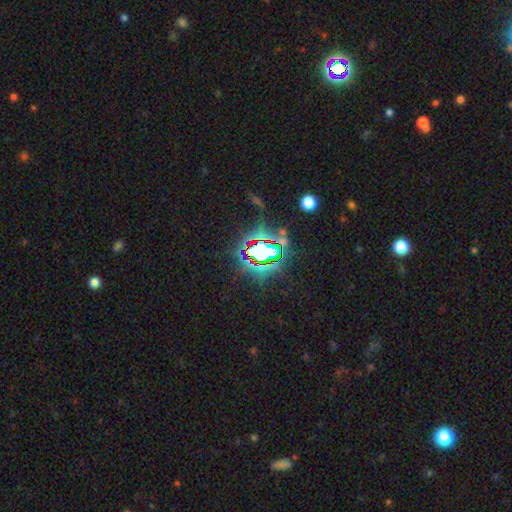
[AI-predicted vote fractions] The model was most divided on "smooth or featured": star or artifact: 77%, smooth: 13%, featured or disk: 10%.